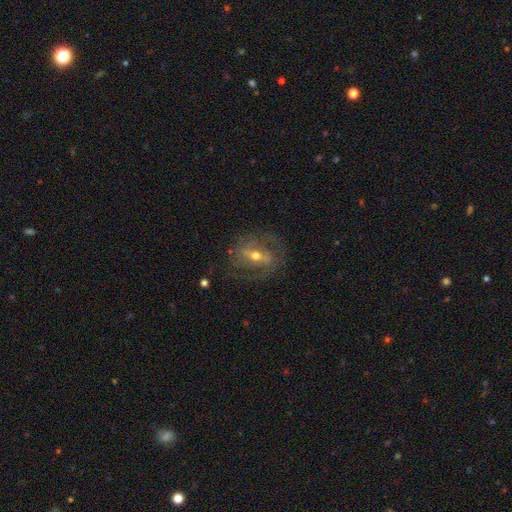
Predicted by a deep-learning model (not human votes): Smooth or featured? Predicted: featured or disk (p=0.81). Edge-on disk? Predicted: no (p=0.92). Bar? Predicted: strong (p=0.49). Spiral arms? Predicted: yes (p=0.82). Spiral winding? Predicted: medium (p=0.47). Spiral arm count? Predicted: 2 (p=0.72). Bulge size? Predicted: moderate (p=0.67). Merging? Predicted: none (p=0.69).